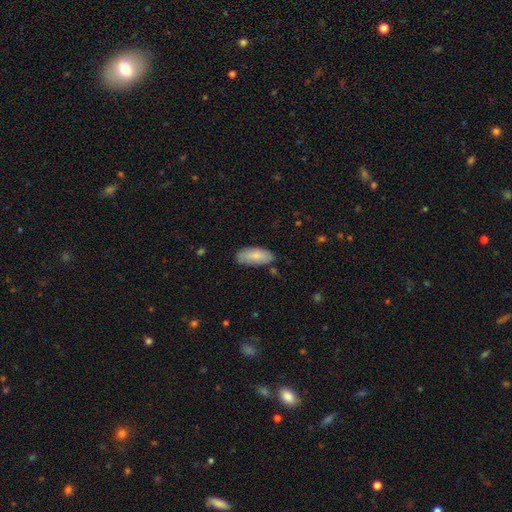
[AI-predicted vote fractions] smooth-or-featured: smooth: 82% | featured or disk: 13% | star or artifact: 6%
  how-rounded: in between: 86% | cigar-shaped: 13% | round: 2%
  merging: none: 75% | minor disturbance: 19% | major disturbance: 3% | merger: 2%